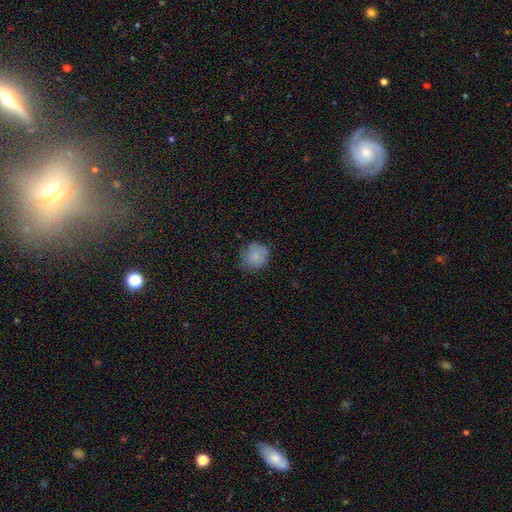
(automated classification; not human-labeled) Smooth or featured? smooth (82%)
How rounded? round (87%)
Merging? none (72%)